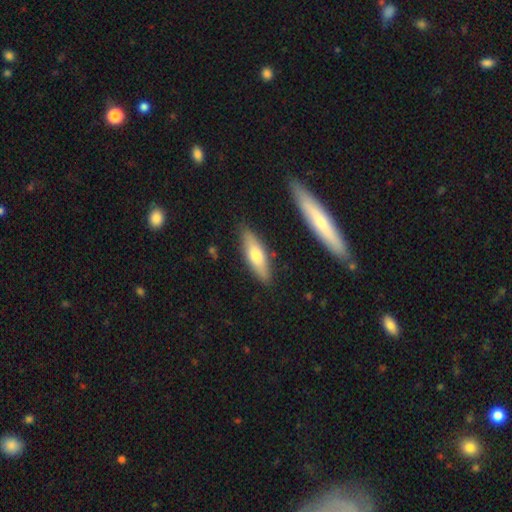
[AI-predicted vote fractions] Overall: smooth (63%; featured or disk 31%). How rounded: cigar-shaped (55%; in between 43%). Merging: none (83%).